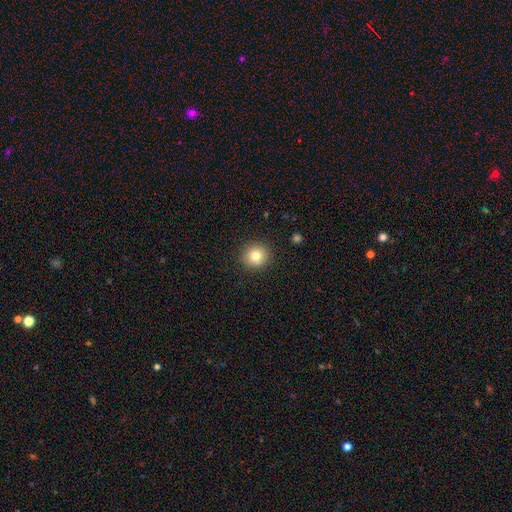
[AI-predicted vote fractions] This is clearly a smooth galaxy (80%). How rounded: clearly round (90%). Merging: clearly none (91%).